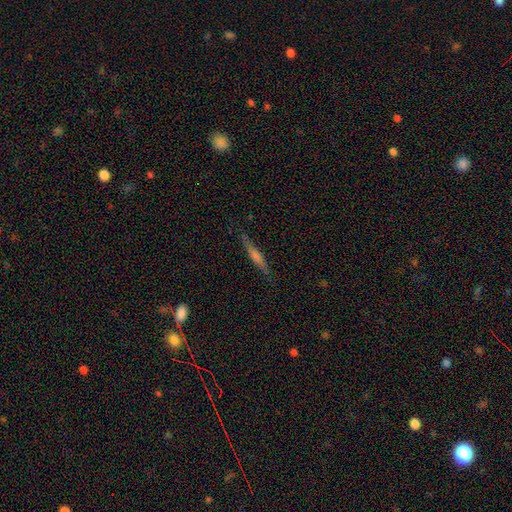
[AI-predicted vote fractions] The model was most divided on "edge-on bulge": rounded: 48%, none: 30%, boxy: 21%. More confident: edge-on disk — yes (95%); merging — none (84%); smooth or featured — featured or disk (56%).